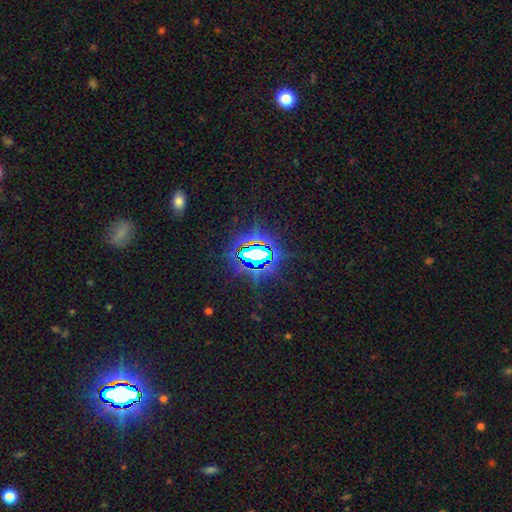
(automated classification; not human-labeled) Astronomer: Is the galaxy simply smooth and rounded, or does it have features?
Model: star or artifact — 79%.